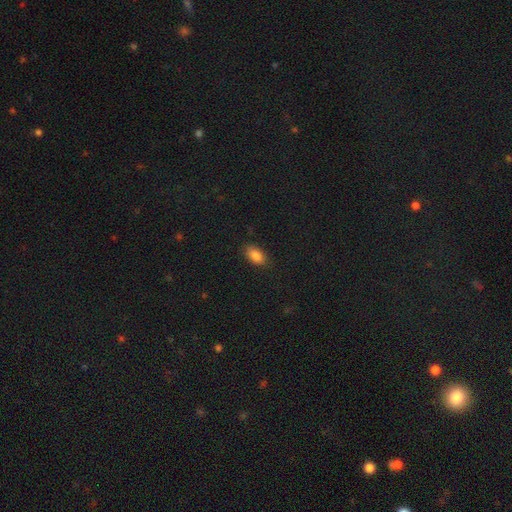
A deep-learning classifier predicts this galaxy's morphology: Smooth or featured?
  - smooth: 87% *
  - star or artifact: 8%
  - featured or disk: 5%
How rounded?
  - in between: 91% *
  - cigar-shaped: 4%
  - round: 4%
Merging?
  - none: 85% *
  - minor disturbance: 11%
  - major disturbance: 2%
  - merger: 1%